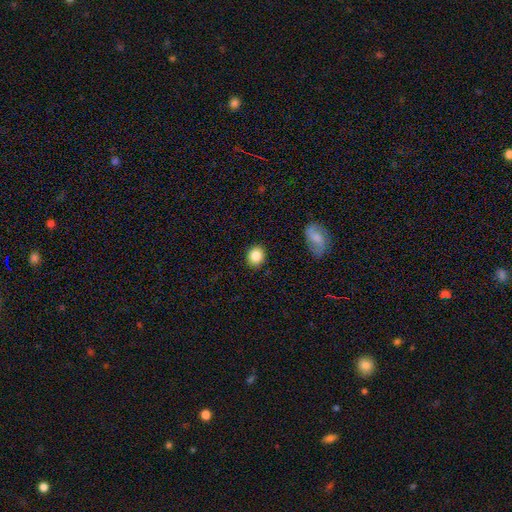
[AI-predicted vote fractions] smooth-or-featured: smooth: 85% | star or artifact: 9% | featured or disk: 6%
  how-rounded: round: 71% | in between: 28% | cigar-shaped: 1%
  merging: none: 88% | minor disturbance: 8% | major disturbance: 2% | merger: 2%